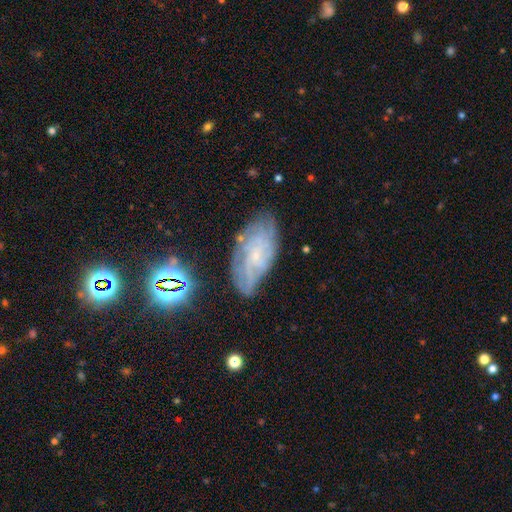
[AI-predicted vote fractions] This is likely a featured or disk galaxy (71%). It is clearly not viewed edge-on (94%). Bar: likely no (70%). Spiral arm pattern: clearly yes (90%). Spiral arm count: possibly can't tell (52%). Spiral winding: likely tight (65%). Central bulge: likely small (79%). Merging: likely none (67%).